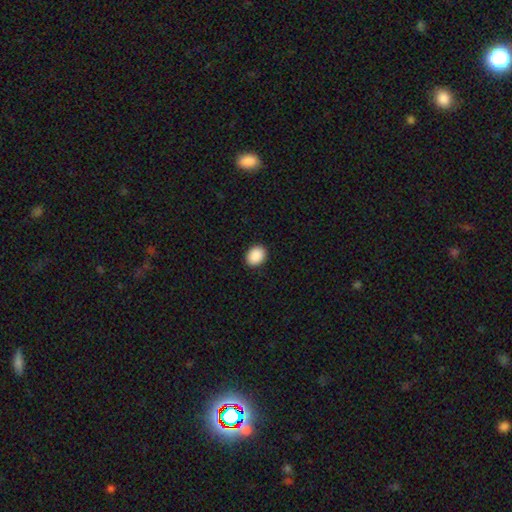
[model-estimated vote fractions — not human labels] smooth 90%, star or artifact 7%, featured or disk 2%. Down the decision tree: how rounded — in between (58%); merging — none (91%).